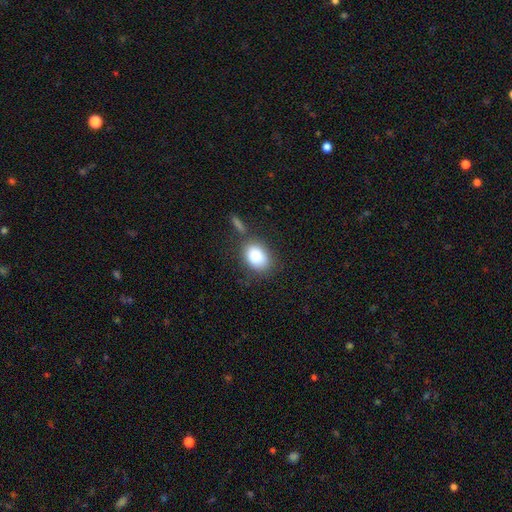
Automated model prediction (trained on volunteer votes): This appears to be a smooth galaxy with no disk features (84%) that is in between round and cigar-shaped (71%). Merging: none (71%).